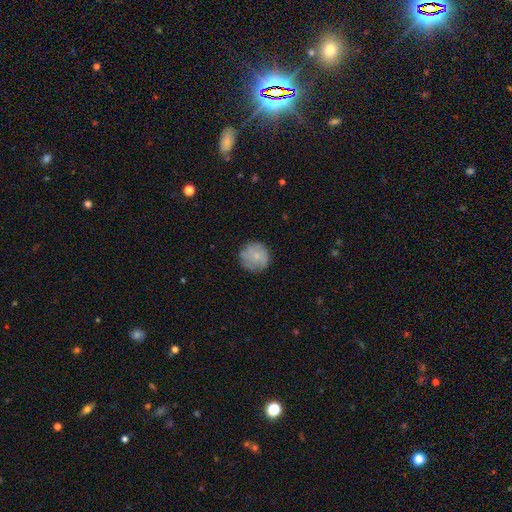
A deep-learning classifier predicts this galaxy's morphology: type=smooth (69%); roundness=round (92%); merging=none (78%).